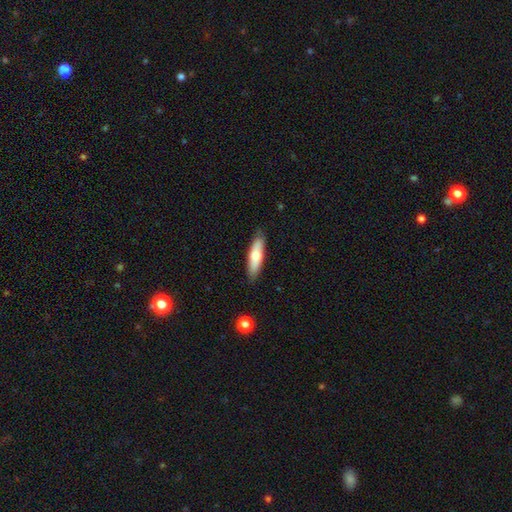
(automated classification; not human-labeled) The model was most divided on "how rounded": cigar-shaped: 65%, in between: 33%, round: 2%. More confident: merging — none (85%); smooth or featured — smooth (72%).